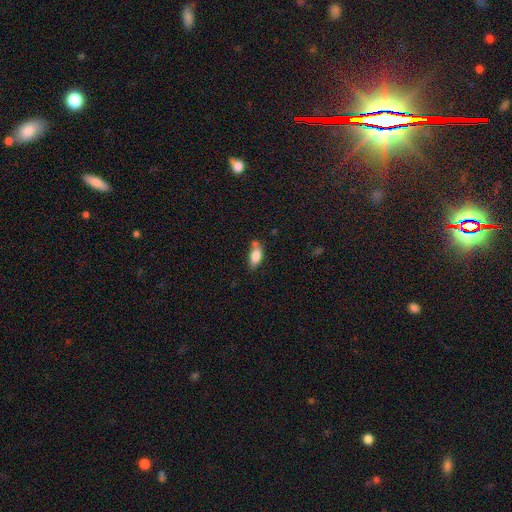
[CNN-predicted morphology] Smooth or featured?
  - smooth: 81% *
  - featured or disk: 11%
  - star or artifact: 8%
How rounded?
  - in between: 84% *
  - cigar-shaped: 12%
  - round: 3%
Merging?
  - none: 49% *
  - minor disturbance: 27%
  - merger: 17%
  - major disturbance: 7%